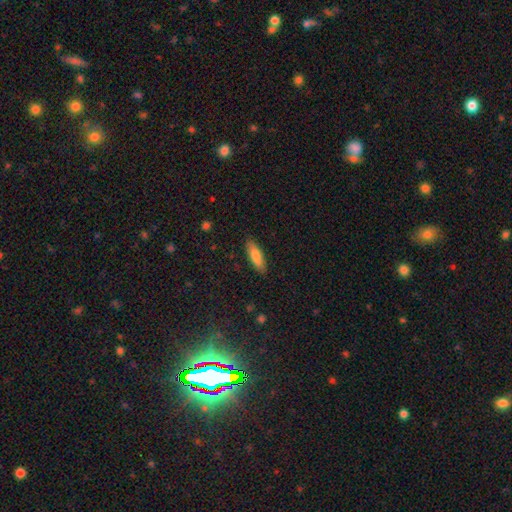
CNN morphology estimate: Q: Smooth or featured?
A: smooth (78%); runner-up: featured or disk (16%)
Q: How rounded?
A: cigar-shaped (54%); runner-up: in between (44%)
Q: Merging?
A: none (87%); runner-up: minor disturbance (9%)